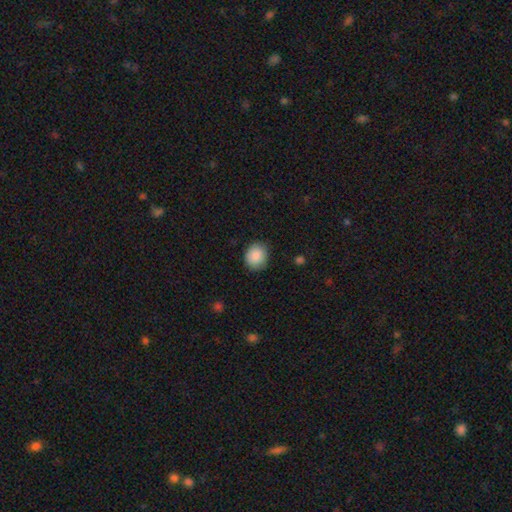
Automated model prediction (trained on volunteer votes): A smooth galaxy with no disk features (88%) that is round (70%). Merging: none (84%).